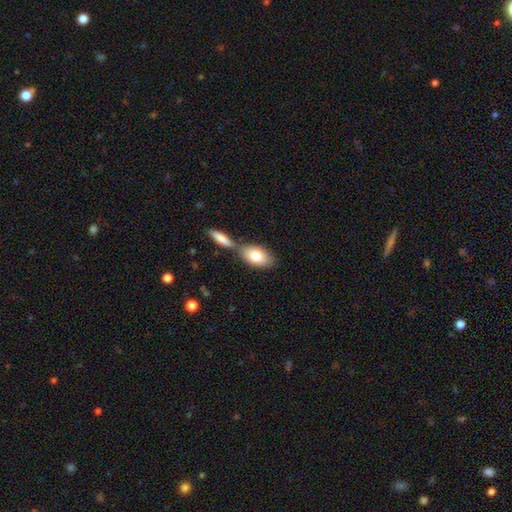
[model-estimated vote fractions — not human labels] smooth-or-featured: smooth: 78% | featured or disk: 15% | star or artifact: 6%
  how-rounded: in between: 91% | round: 5% | cigar-shaped: 4%
  merging: none: 51% | merger: 34% | minor disturbance: 11% | major disturbance: 3%